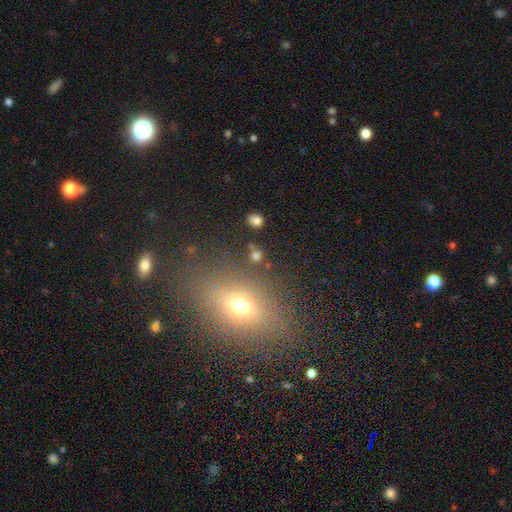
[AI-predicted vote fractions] This is likely a smooth galaxy (73%). How rounded: likely round (78%). Merging: clearly none (84%).